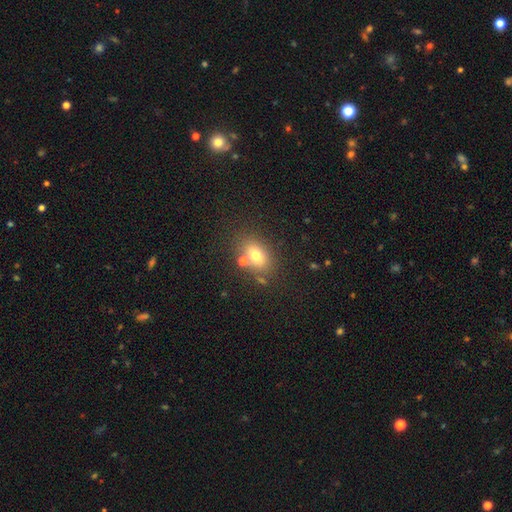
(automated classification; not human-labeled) Smooth or featured? smooth (71%)
How rounded? in between (74%)
Merging? none (70%)